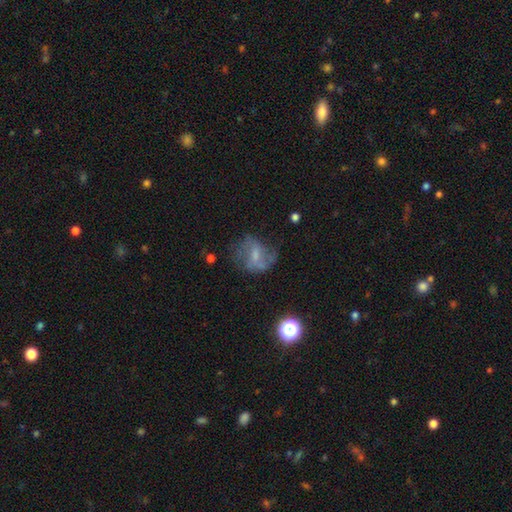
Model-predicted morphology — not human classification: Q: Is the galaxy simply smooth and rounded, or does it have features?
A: featured or disk — 56%.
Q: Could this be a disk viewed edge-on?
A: no — 97%.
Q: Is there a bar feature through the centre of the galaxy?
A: weak — 47%.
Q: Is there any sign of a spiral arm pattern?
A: yes — 66%.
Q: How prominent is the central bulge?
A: small — 40%.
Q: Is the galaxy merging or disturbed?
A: none — 50%.